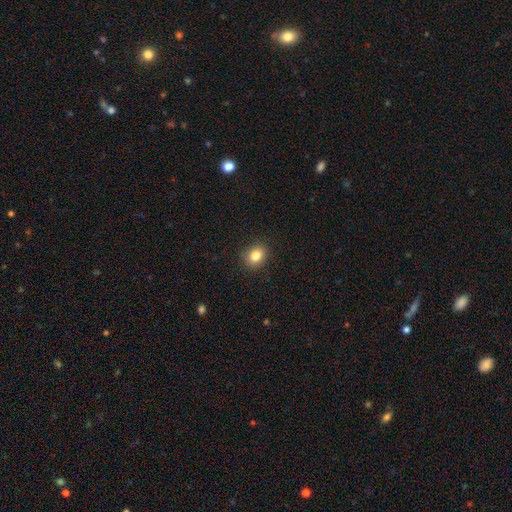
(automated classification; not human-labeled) smooth 83%, star or artifact 11%, featured or disk 7%. Down the decision tree: how rounded — round (55%); merging — none (90%).